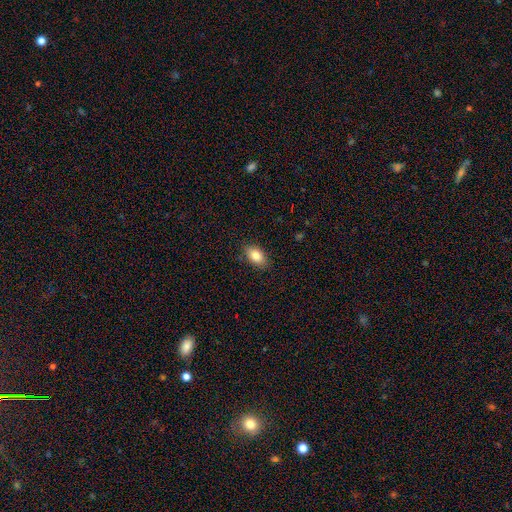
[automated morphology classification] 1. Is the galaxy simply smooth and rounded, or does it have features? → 82% smooth, 10% featured or disk, 8% star or artifact.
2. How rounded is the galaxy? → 88% in between, 9% round, 2% cigar-shaped.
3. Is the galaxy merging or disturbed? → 84% none, 12% minor disturbance, 3% major disturbance, 1% merger.